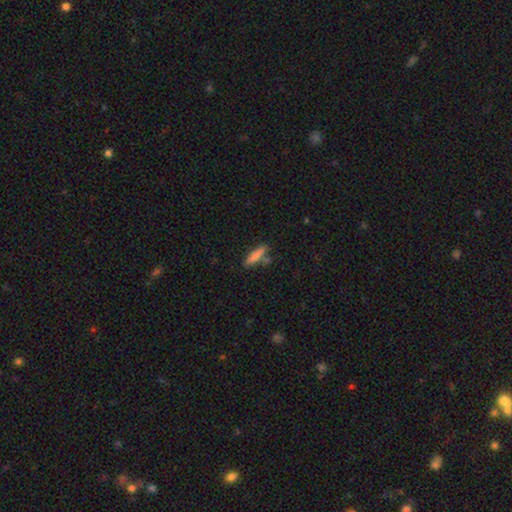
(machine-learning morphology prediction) Smooth or featured: smooth — 76% (featured or disk — 17%)
How rounded: cigar-shaped — 77% (in between — 21%)
Merging: none — 75% (minor disturbance — 14%)